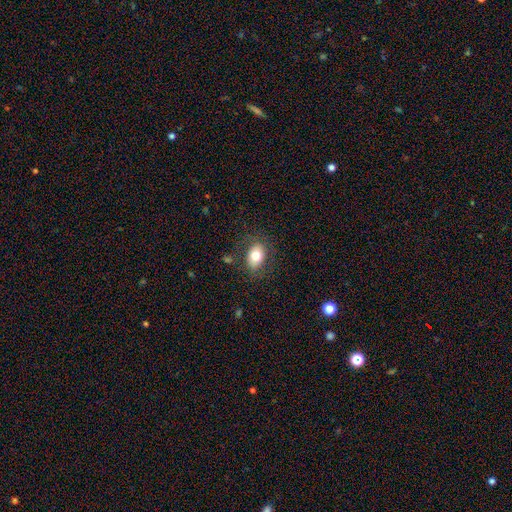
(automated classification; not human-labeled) The model was most divided on "how rounded": in between: 77%, round: 22%, cigar-shaped: 1%. More confident: merging — none (77%); smooth or featured — smooth (76%).